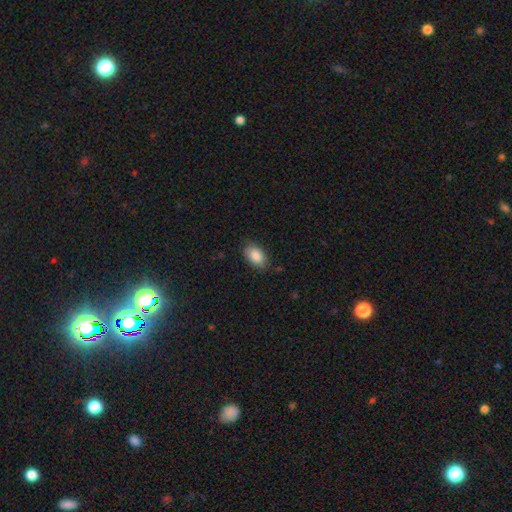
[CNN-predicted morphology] This appears to be a smooth galaxy with no disk features (87%) that is in between round and cigar-shaped (91%). Merging: none (82%).